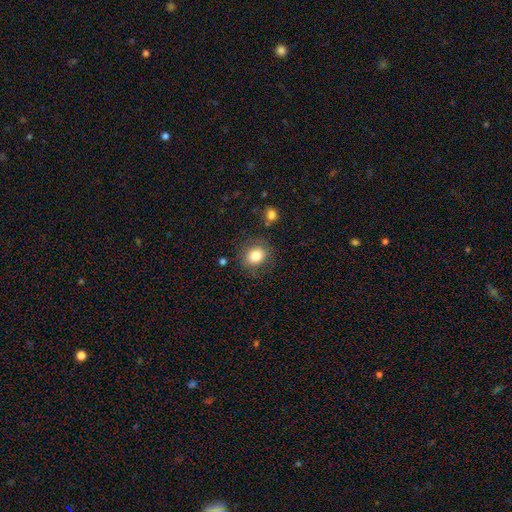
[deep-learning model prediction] Q: Smooth or featured?
A: smooth (81%); runner-up: star or artifact (10%)
Q: How rounded?
A: round (72%); runner-up: in between (27%)
Q: Merging?
A: none (81%); runner-up: minor disturbance (12%)